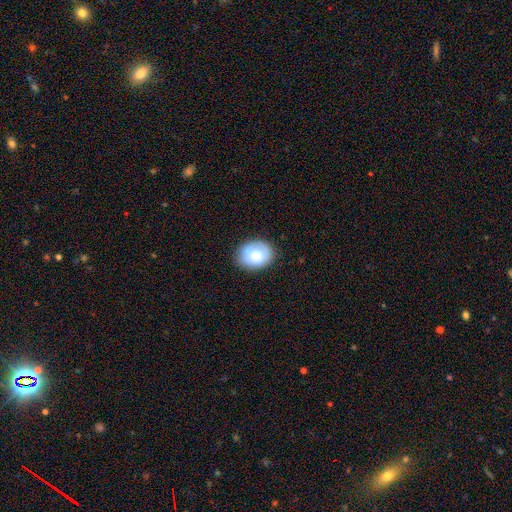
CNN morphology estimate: A smooth galaxy with no disk features (78%) that is in between round and cigar-shaped (63%).

Vote fractions:
- Smooth or featured? smooth: 78% / featured or disk: 15% / star or artifact: 7%
- How rounded? in between: 63% / round: 36% / cigar-shaped: 1%
- Merging? none: 76% / minor disturbance: 18% / major disturbance: 4% / merger: 2%